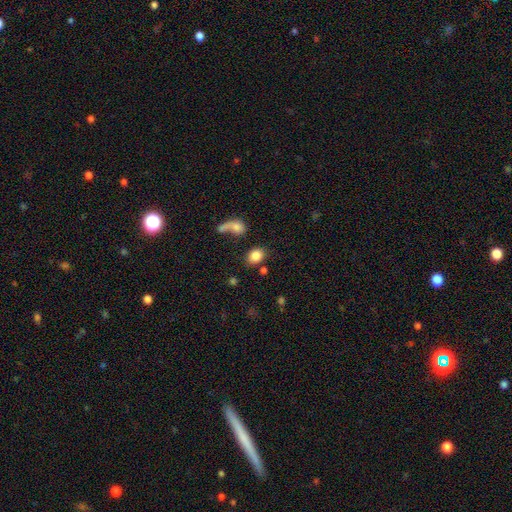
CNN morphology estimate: Smooth or featured? Predicted: smooth (p=0.84). How rounded? Predicted: in between (p=0.67). Merging? Predicted: none (p=0.69).